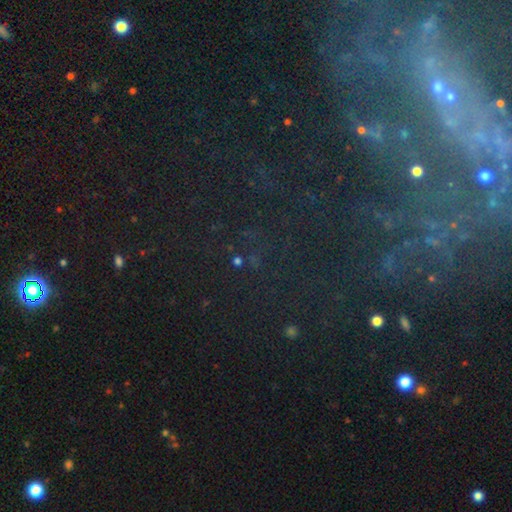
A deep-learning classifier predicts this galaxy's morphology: Overall: star or artifact (72%).